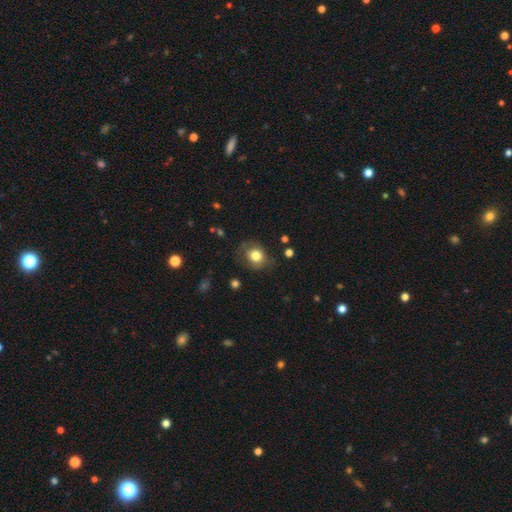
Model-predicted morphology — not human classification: A smooth galaxy with no disk features (75%) that is round (64%). Merging: none (67%).